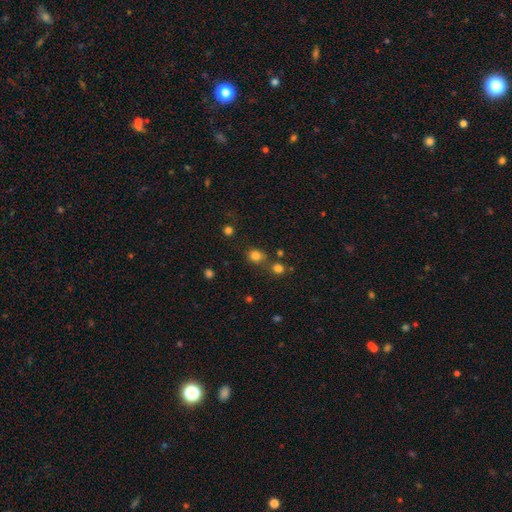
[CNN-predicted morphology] type=smooth (78%); roundness=round (79%); merging=none (65%).